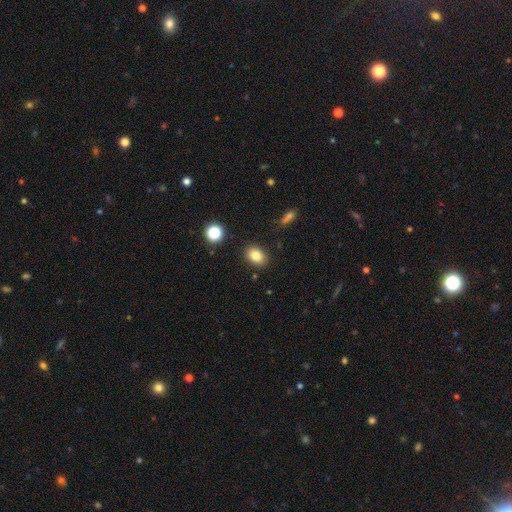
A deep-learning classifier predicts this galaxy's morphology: This appears to be a smooth galaxy with no disk features (83%) that is in between round and cigar-shaped (76%). Merging: none (87%).